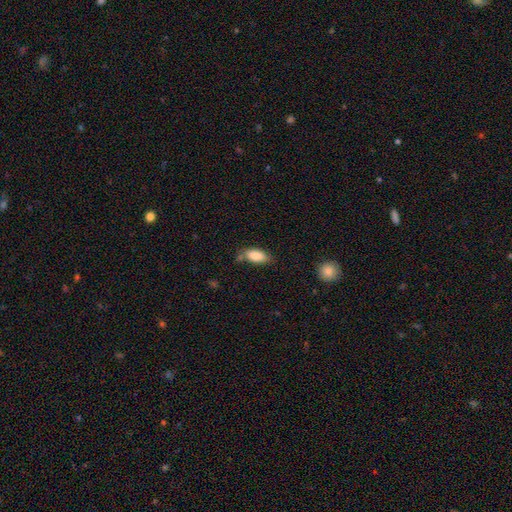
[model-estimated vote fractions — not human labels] This is clearly a smooth galaxy (84%). How rounded: clearly in between (89%). Merging: possibly none (59%).